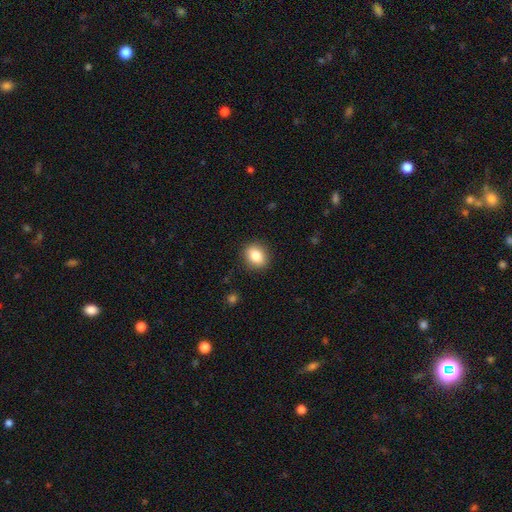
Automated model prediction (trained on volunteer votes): Smooth or featured? smooth (83%)
How rounded? round (56%)
Merging? none (89%)